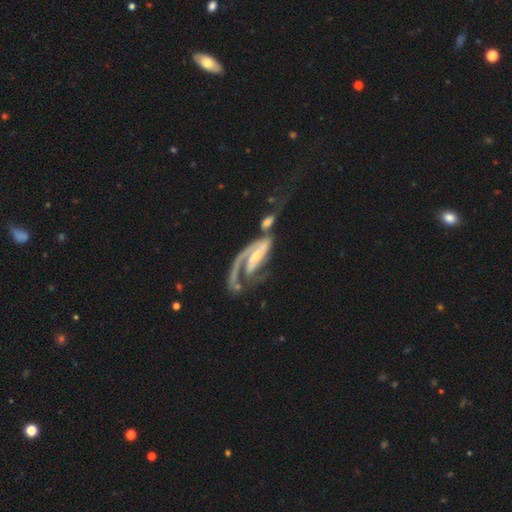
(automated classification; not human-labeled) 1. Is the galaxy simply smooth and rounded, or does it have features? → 86% featured or disk, 9% smooth, 5% star or artifact.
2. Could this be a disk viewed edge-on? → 94% no, 6% yes.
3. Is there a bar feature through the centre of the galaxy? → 40% strong, 33% weak, 26% no.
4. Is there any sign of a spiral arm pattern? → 93% yes, 7% no.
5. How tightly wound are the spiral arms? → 40% medium, 31% tight, 29% loose.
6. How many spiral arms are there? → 47% 1, 43% 2, 6% can't tell, 2% 3, 1% 4, 1% more than 4.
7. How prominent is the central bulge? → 59% small, 28% moderate, 7% none, 4% large, 1% dominant.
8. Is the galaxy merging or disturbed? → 40% merger, 29% major disturbance, 20% none, 11% minor disturbance.